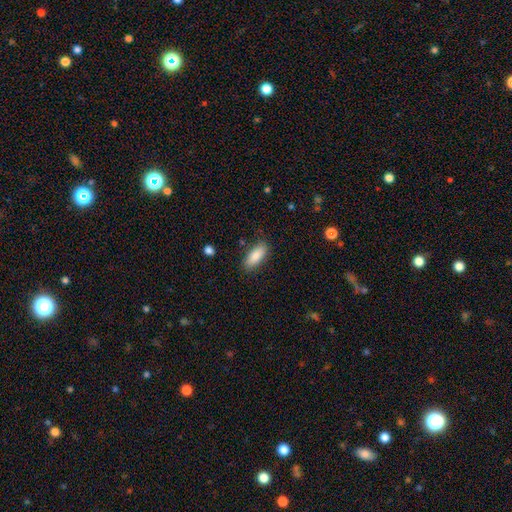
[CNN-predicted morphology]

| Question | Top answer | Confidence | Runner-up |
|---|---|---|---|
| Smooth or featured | smooth | 87% | featured or disk (7%) |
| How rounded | in between | 79% | cigar-shaped (19%) |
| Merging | none | 84% | minor disturbance (12%) |